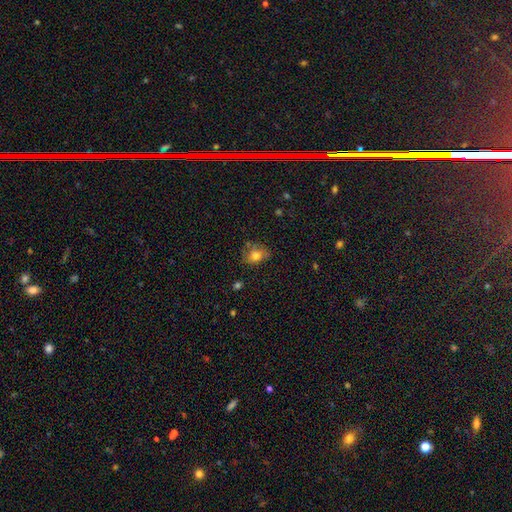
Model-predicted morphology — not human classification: smooth 74%, featured or disk 15%, star or artifact 11%. Down the decision tree: how rounded — in between (53%); merging — none (63%).